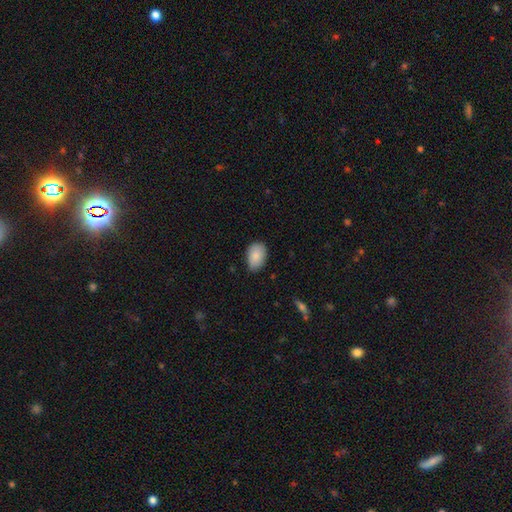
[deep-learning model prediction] This appears to be a smooth galaxy with no disk features (87%) that is in between round and cigar-shaped (86%). Merging: none (74%).